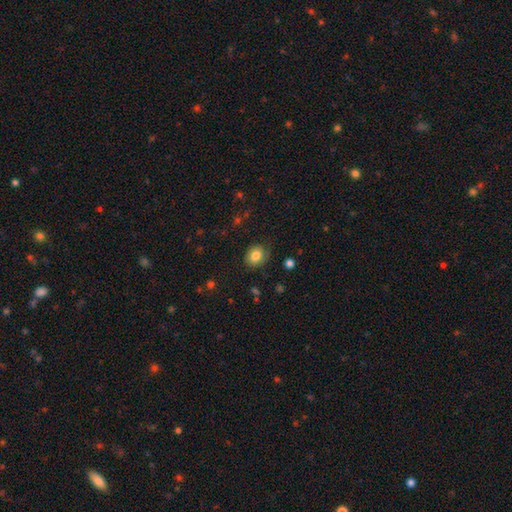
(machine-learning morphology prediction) smooth_or_featured: smooth (p=0.81) [alt: featured or disk p=0.10]
how_rounded: round (p=0.56) [alt: in between p=0.43]
merging: none (p=0.79) [alt: minor disturbance p=0.16]